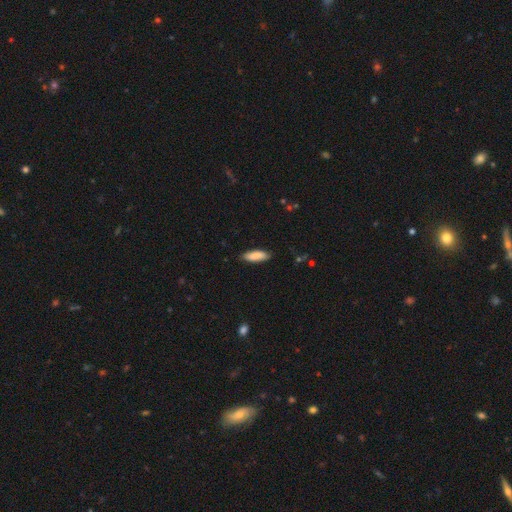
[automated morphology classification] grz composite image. It shows a smooth galaxy with no disk features (86%) that is in between round and cigar-shaped (58%). Merging: none (84%).